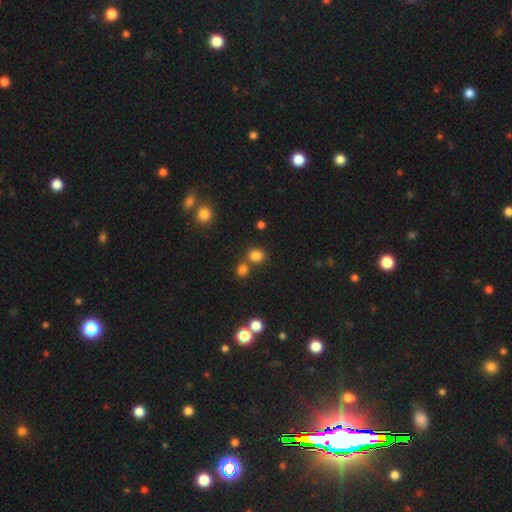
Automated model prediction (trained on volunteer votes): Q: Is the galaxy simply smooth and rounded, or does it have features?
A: smooth — 79%.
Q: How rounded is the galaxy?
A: round — 66%.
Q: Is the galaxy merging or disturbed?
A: none — 63%.